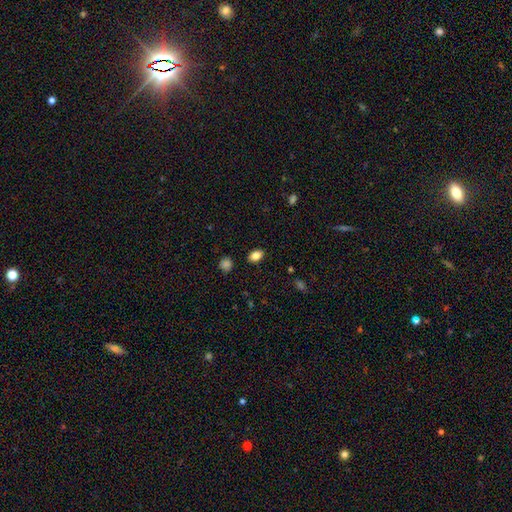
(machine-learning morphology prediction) Q: Smooth or featured?
A: smooth (84%); runner-up: star or artifact (9%)
Q: How rounded?
A: in between (83%); runner-up: round (15%)
Q: Merging?
A: none (88%); runner-up: minor disturbance (8%)